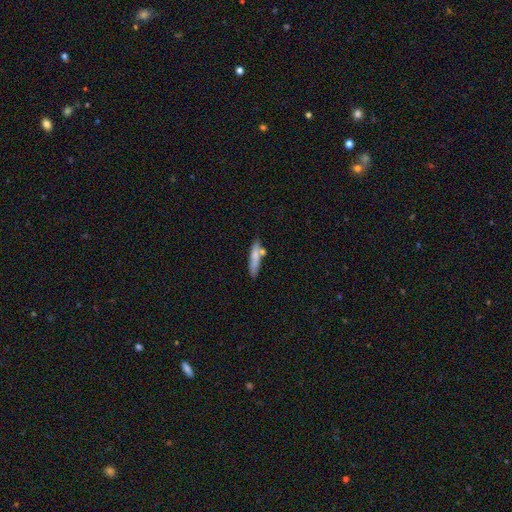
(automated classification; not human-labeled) Q: Smooth or featured?
A: smooth (72%); runner-up: featured or disk (22%)
Q: How rounded?
A: cigar-shaped (81%); runner-up: in between (17%)
Q: Merging?
A: none (68%); runner-up: minor disturbance (15%)